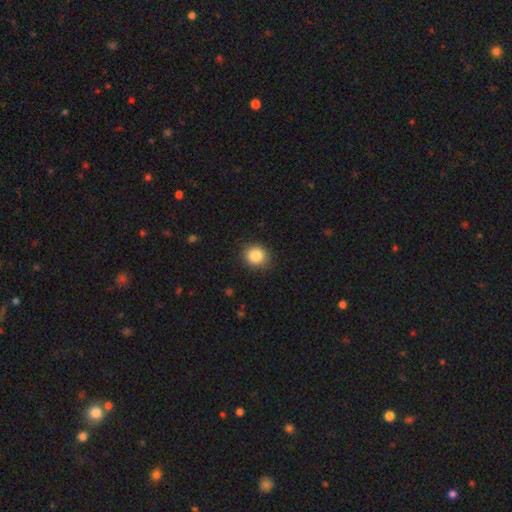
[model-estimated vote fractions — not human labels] smooth 85%, star or artifact 10%, featured or disk 6%. Down the decision tree: how rounded — round (84%); merging — none (90%).